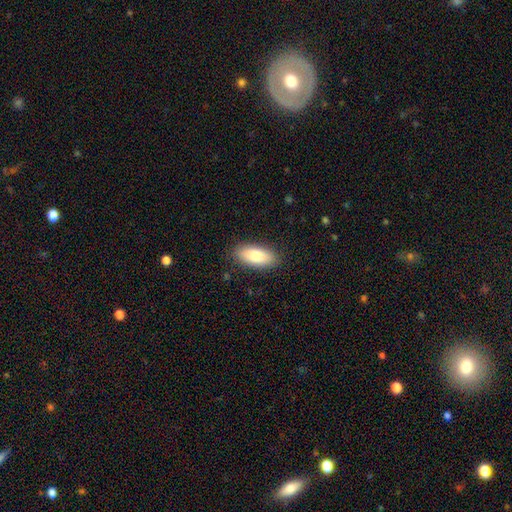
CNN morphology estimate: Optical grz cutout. It shows a smooth galaxy with no disk features (85%) that is in between round and cigar-shaped (82%). Merging: none (87%).